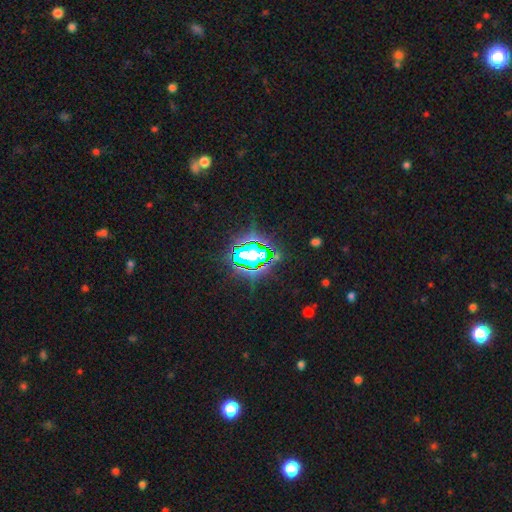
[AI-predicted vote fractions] smooth_or_featured: star or artifact (p=0.75) [alt: smooth p=0.13]